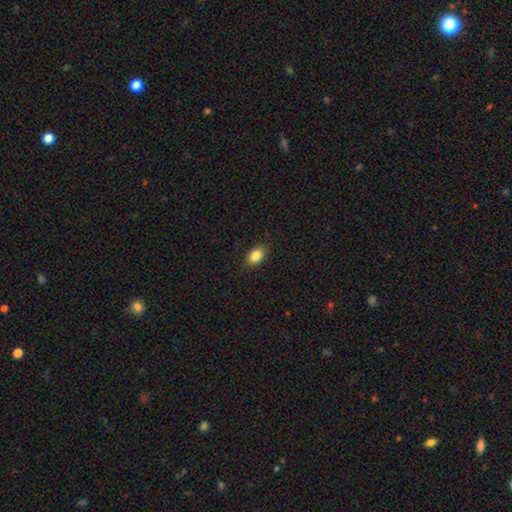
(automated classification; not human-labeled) Smooth or featured? smooth (85%)
How rounded? in between (84%)
Merging? none (87%)